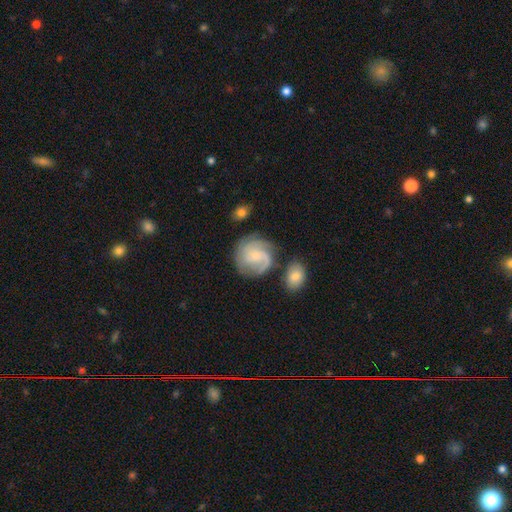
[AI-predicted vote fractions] Smooth or featured: featured or disk — 67% (smooth — 27%)
Edge-on disk: no — 98% (yes — 2%)
Bar: no — 65% (weak — 30%)
Spiral arms: yes — 91% (no — 9%)
Spiral winding: tight — 41% (medium — 40%)
Spiral arm count: 2 — 29% (can't tell — 26%)
Bulge size: small — 70% (moderate — 19%)
Merging: none — 63% (minor disturbance — 19%)